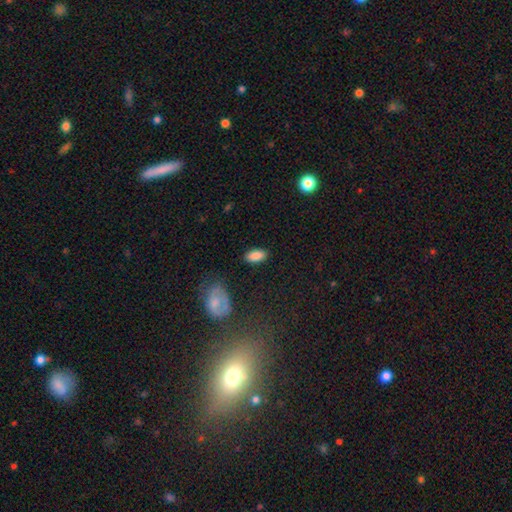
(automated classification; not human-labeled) Overall: smooth (87%). How rounded: in between (93%). Merging: none (85%).